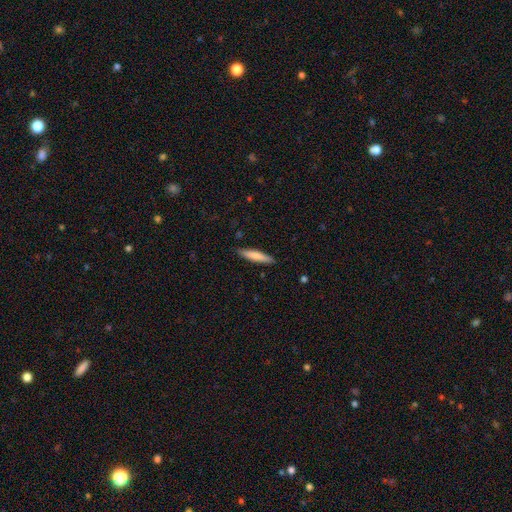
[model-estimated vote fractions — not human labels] Smooth or featured? Predicted: smooth (p=0.76). How rounded? Predicted: cigar-shaped (p=0.87). Merging? Predicted: none (p=0.88).